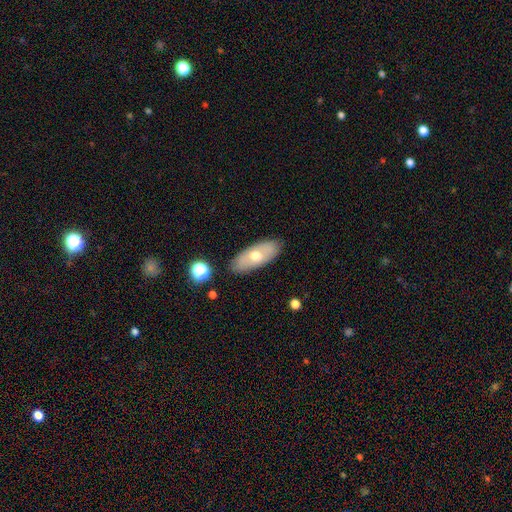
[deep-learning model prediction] Q: Smooth or featured?
A: smooth (59%); runner-up: featured or disk (34%)
Q: How rounded?
A: in between (84%); runner-up: cigar-shaped (13%)
Q: Merging?
A: none (84%); runner-up: minor disturbance (11%)